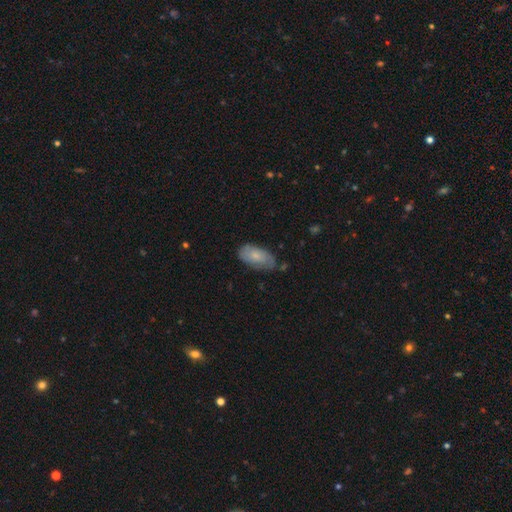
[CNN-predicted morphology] This appears to be a smooth galaxy with no disk features (60%) that is in between round and cigar-shaped (92%). Merging: none (65%).